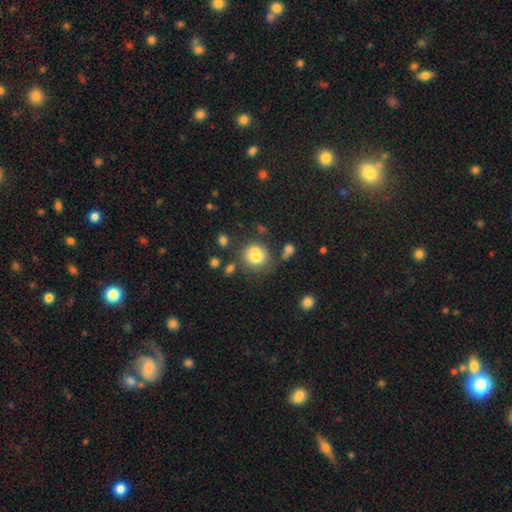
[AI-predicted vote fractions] smooth-or-featured: smooth: 76% | featured or disk: 13% | star or artifact: 11%
  how-rounded: round: 79% | in between: 20% | cigar-shaped: 1%
  merging: none: 50% | merger: 25% | minor disturbance: 18% | major disturbance: 8%